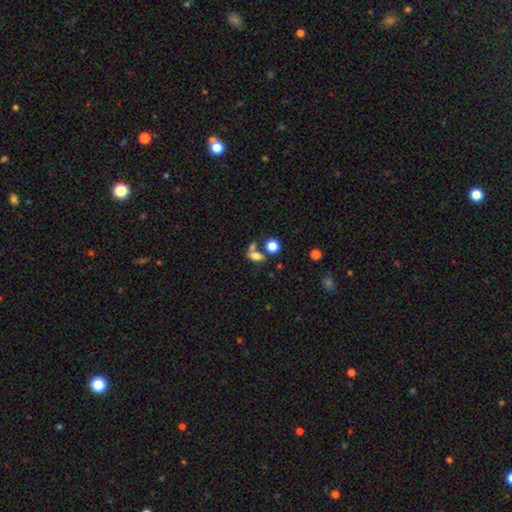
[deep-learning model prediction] smooth 70%, featured or disk 17%, star or artifact 14%. Down the decision tree: how rounded — in between (74%); merging — none (46%).